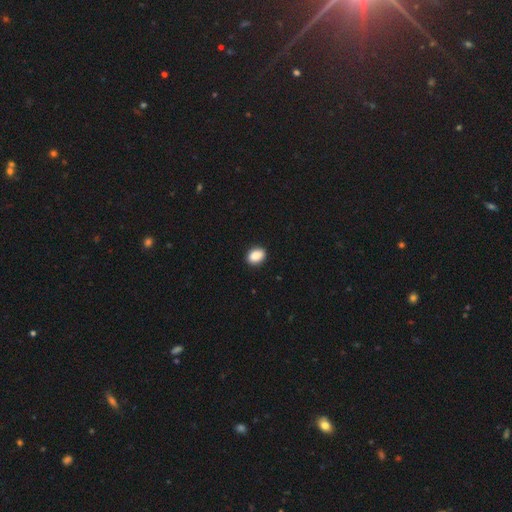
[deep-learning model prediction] Smooth or featured? smooth (89%)
How rounded? in between (75%)
Merging? none (90%)